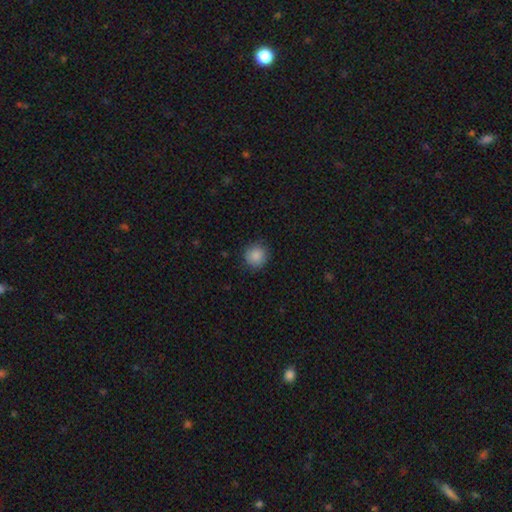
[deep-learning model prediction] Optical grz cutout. It shows a smooth galaxy with no disk features (88%) that is round (90%). Merging: none (86%).